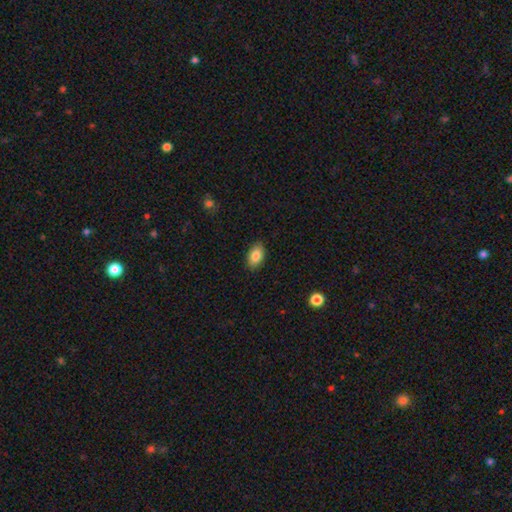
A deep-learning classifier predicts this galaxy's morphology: smooth-or-featured: smooth: 85% | star or artifact: 8% | featured or disk: 7%
  how-rounded: in between: 91% | round: 7% | cigar-shaped: 2%
  merging: none: 88% | minor disturbance: 9% | major disturbance: 2% | merger: 1%